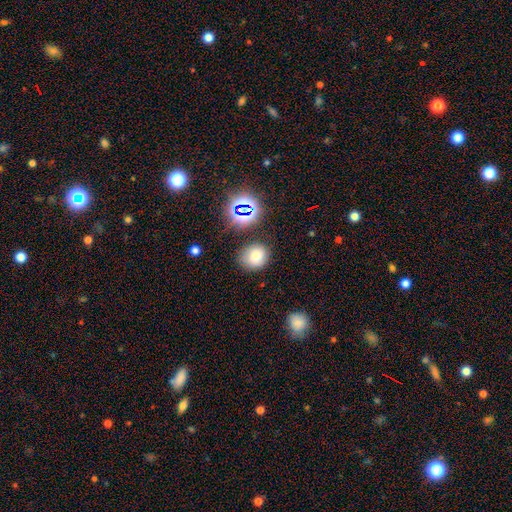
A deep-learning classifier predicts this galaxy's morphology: Smooth or featured?
  - smooth: 72% *
  - star or artifact: 18%
  - featured or disk: 10%
How rounded?
  - round: 72% *
  - in between: 27%
  - cigar-shaped: 1%
Merging?
  - none: 77% *
  - minor disturbance: 15%
  - major disturbance: 4%
  - merger: 4%